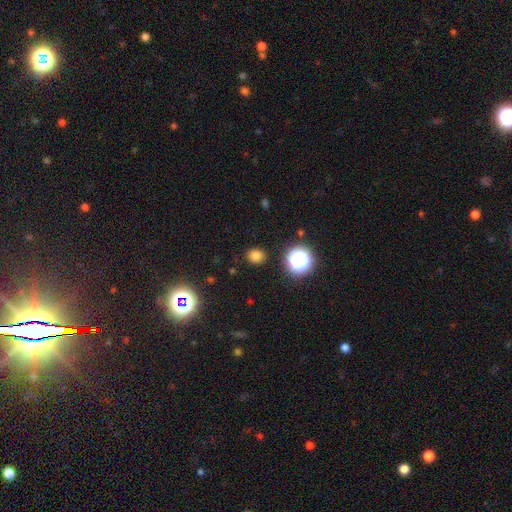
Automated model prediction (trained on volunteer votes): This is likely a smooth galaxy (78%). How rounded: likely round (75%). Merging: clearly none (88%).